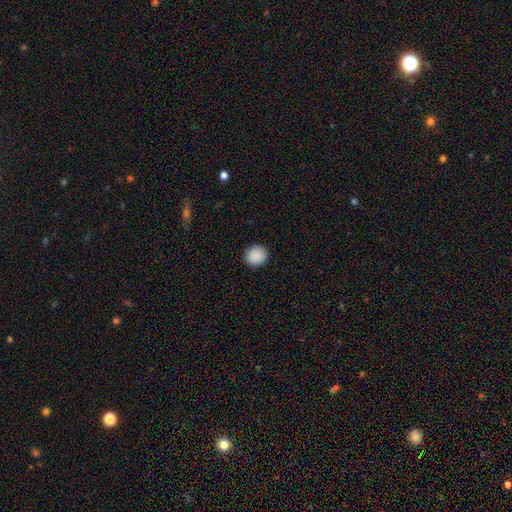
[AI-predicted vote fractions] Morphology: type=smooth (90%); roundness=round (92%); merging=none (93%).